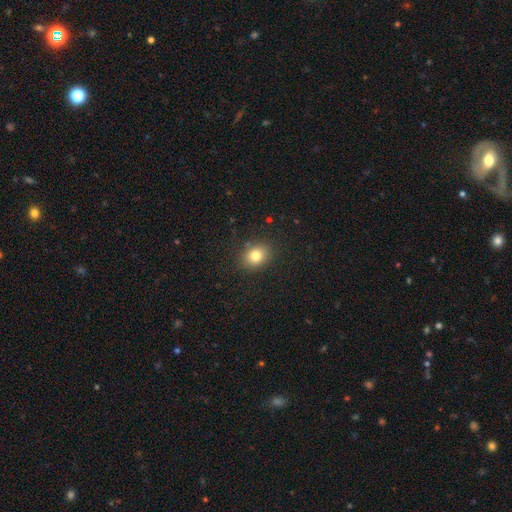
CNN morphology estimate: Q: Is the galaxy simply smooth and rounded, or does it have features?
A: smooth — 80%.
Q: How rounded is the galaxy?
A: round — 54%.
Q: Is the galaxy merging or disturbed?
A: none — 86%.